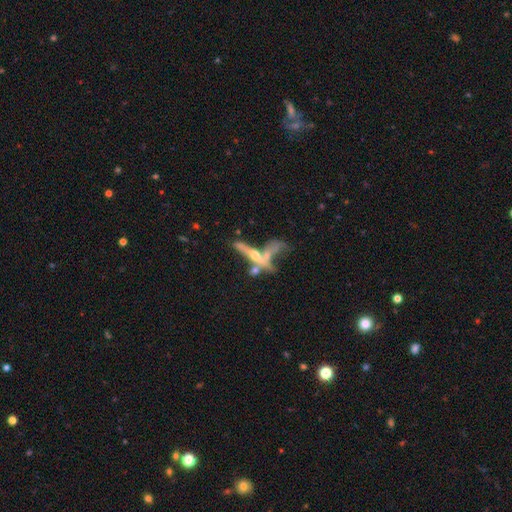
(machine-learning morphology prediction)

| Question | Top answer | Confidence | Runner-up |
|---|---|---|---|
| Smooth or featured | featured or disk | 65% | smooth (20%) |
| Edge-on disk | yes | 62% | no (38%) |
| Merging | merger | 46% | none (25%) |